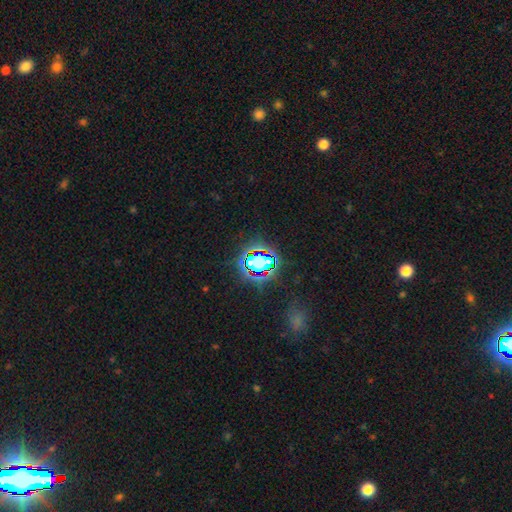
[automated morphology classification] Smooth or featured? Predicted: star or artifact (p=0.76).